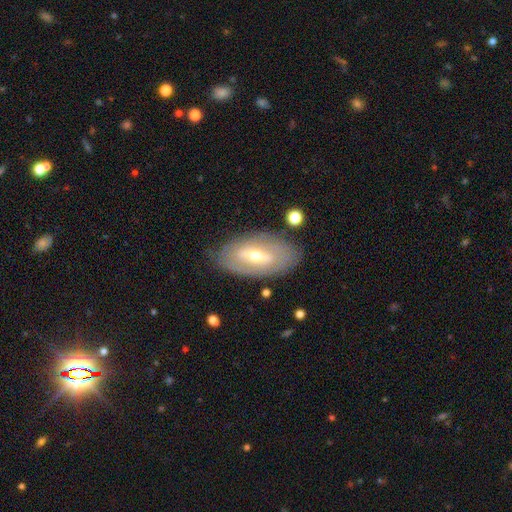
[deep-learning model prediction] Overall: featured or disk (69%). Edge-on disk: no (89%). Bar: weak (41%; strong 38%). Spiral arms: yes (58%; no 42%). Bulge size: moderate (54%; small 41%). Merging: none (79%).